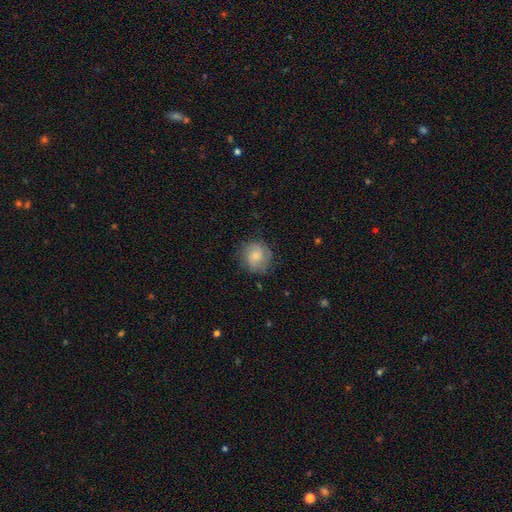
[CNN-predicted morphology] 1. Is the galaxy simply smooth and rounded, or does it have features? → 50% smooth, 42% featured or disk, 8% star or artifact.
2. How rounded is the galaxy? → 84% round, 15% in between, 1% cigar-shaped.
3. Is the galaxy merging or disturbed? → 74% none, 18% minor disturbance, 7% major disturbance, 1% merger.